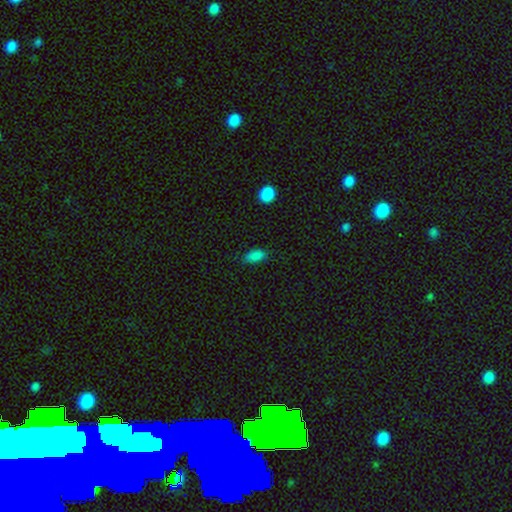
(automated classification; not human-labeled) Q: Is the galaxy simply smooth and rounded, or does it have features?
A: smooth — 86%.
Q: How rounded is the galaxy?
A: in between — 88%.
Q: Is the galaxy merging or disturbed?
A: none — 77%.